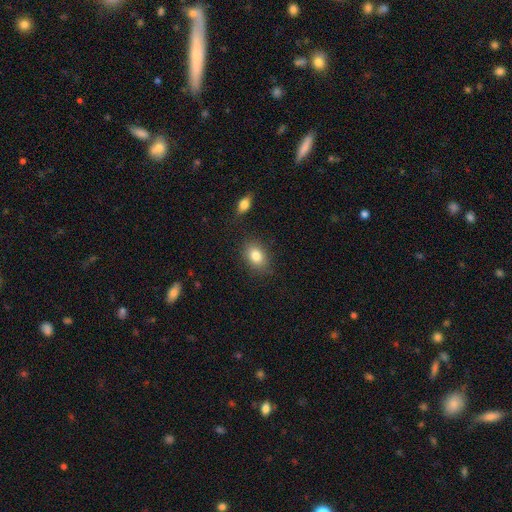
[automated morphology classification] The model was most divided on "how rounded": in between: 73%, round: 25%, cigar-shaped: 1%. More confident: smooth or featured — smooth (83%); merging — none (82%).